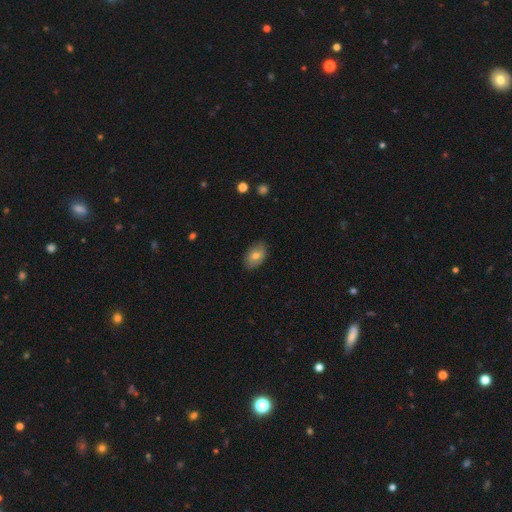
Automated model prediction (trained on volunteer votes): Morphology: type=smooth (71%); roundness=in between (89%); merging=none (82%).